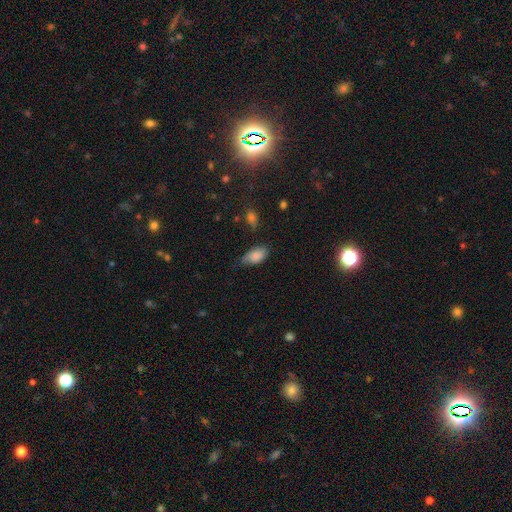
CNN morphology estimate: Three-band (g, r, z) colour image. It shows a smooth galaxy with no disk features (84%) that is in between round and cigar-shaped (92%). Merging: none (52%).